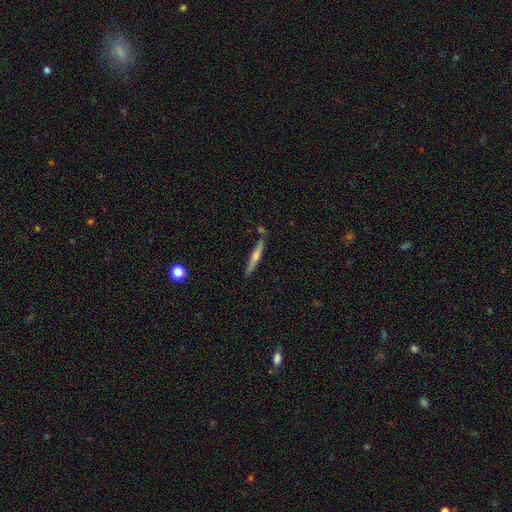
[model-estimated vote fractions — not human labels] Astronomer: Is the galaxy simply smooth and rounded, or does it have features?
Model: featured or disk — 62%.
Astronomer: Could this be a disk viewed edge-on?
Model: yes — 96%.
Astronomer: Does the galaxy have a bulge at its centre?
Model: rounded — 79%.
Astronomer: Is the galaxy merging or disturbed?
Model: none — 86%.